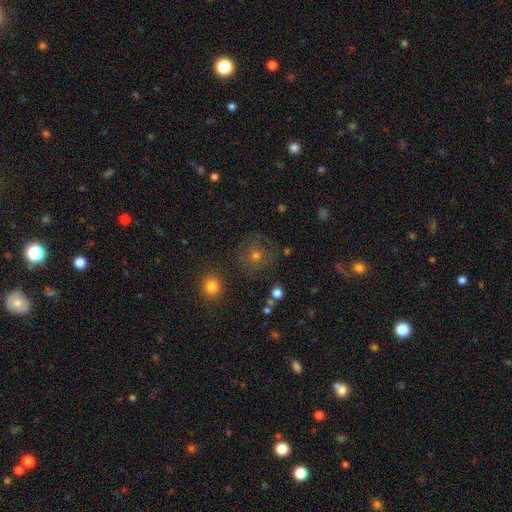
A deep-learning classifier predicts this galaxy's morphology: smooth 48%, star or artifact 28%, featured or disk 24%. Down the decision tree: merging — none (78%).